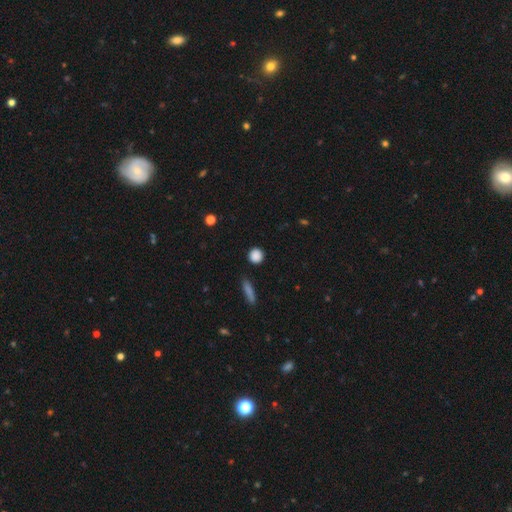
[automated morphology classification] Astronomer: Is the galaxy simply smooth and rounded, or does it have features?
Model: smooth — 87%.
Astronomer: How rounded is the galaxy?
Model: round — 90%.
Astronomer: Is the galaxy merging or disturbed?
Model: none — 89%.